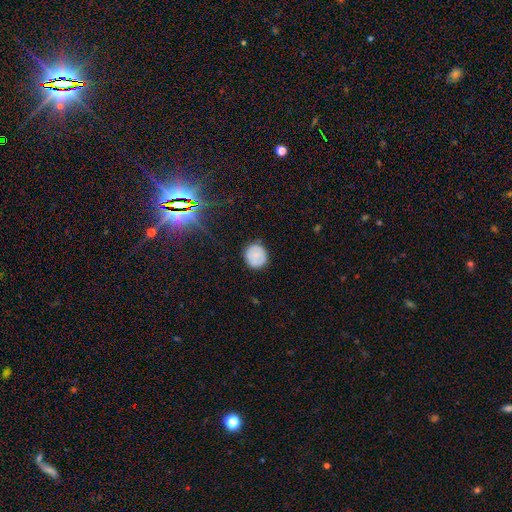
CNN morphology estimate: Q: Smooth or featured?
A: smooth (72%); runner-up: featured or disk (19%)
Q: How rounded?
A: round (85%); runner-up: in between (14%)
Q: Merging?
A: none (84%); runner-up: minor disturbance (12%)